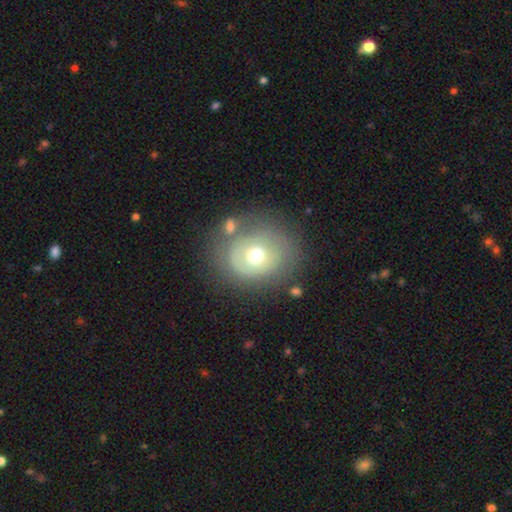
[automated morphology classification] Overall: smooth (53%; featured or disk 36%). How rounded: round (69%; in between 31%). Merging: none (59%; minor disturbance 19%).